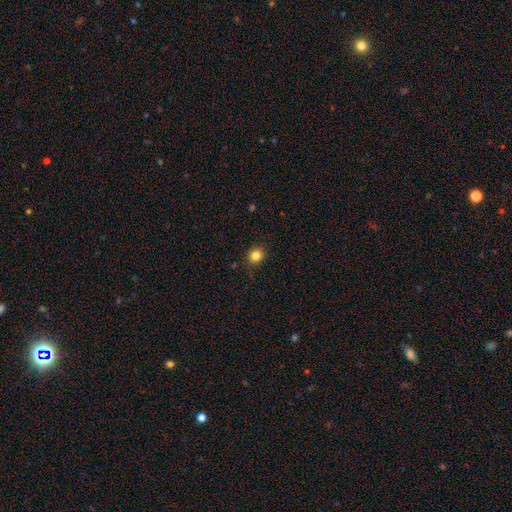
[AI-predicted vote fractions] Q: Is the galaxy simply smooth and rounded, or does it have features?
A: smooth — 83%.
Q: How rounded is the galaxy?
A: round — 87%.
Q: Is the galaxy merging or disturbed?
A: none — 84%.